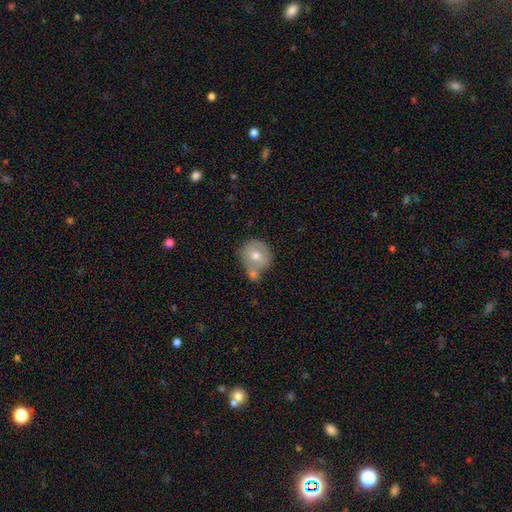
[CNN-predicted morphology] Smooth or featured: smooth — 61% (featured or disk — 31%)
How rounded: round — 86% (in between — 13%)
Merging: none — 49% (merger — 31%)